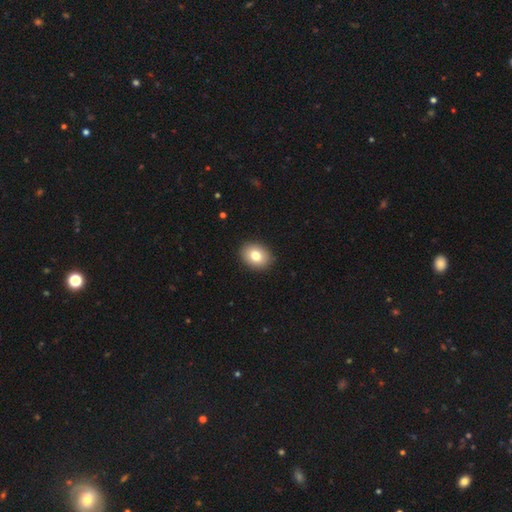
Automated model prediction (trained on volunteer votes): Smooth or featured? smooth (80%)
How rounded? in between (59%)
Merging? none (91%)